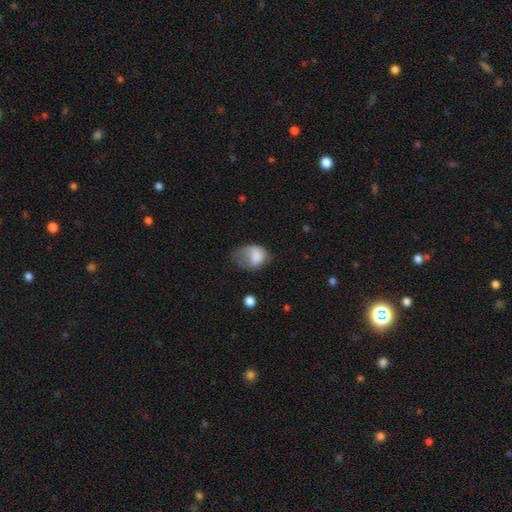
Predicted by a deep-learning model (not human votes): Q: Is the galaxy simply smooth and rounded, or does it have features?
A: smooth — 72%.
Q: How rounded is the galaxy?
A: in between — 65%.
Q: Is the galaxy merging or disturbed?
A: major disturbance — 48%.